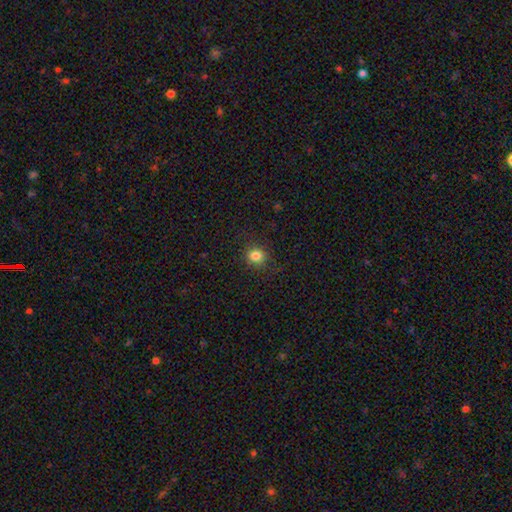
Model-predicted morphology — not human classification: smooth-or-featured: smooth: 83% | star or artifact: 12% | featured or disk: 5%
  how-rounded: round: 81% | in between: 18% | cigar-shaped: 1%
  merging: none: 87% | minor disturbance: 9% | major disturbance: 3% | merger: 1%